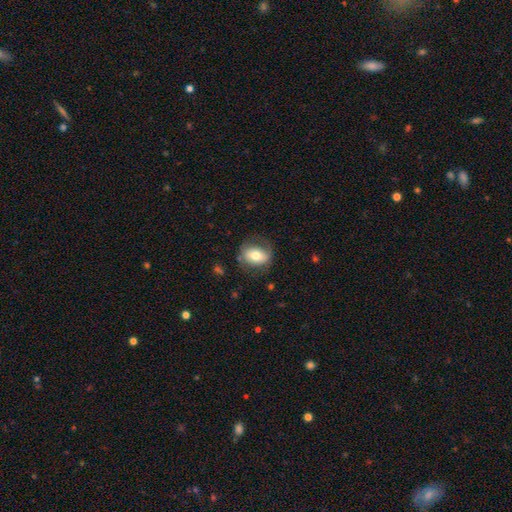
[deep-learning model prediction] Smooth or featured? smooth (64%)
How rounded? in between (67%)
Merging? none (69%)